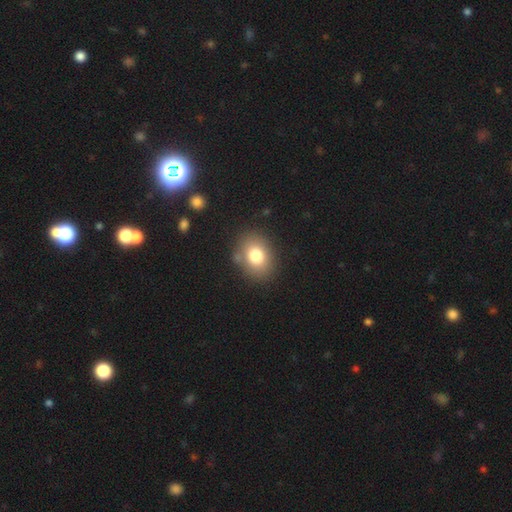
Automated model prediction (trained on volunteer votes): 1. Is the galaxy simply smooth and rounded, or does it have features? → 78% smooth, 12% featured or disk, 10% star or artifact.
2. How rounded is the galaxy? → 56% in between, 44% round, 1% cigar-shaped.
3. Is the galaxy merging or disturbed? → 80% none, 12% minor disturbance, 4% major disturbance, 4% merger.